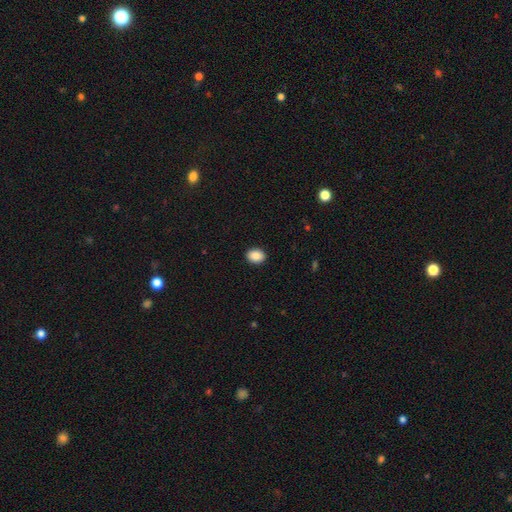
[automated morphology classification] A smooth galaxy with no disk features (89%) that is in between round and cigar-shaped (67%). Merging: none (91%).